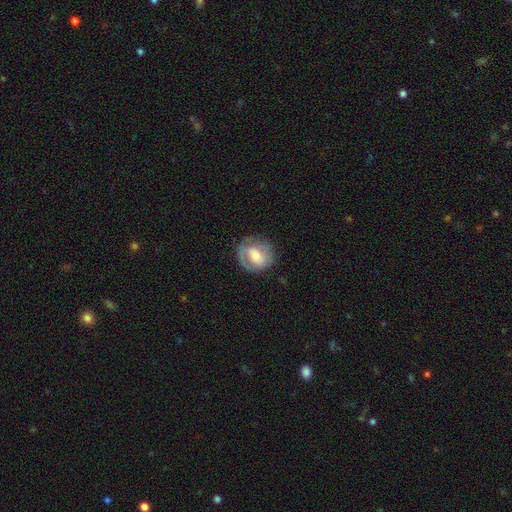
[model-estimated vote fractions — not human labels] Smooth or featured: featured or disk — 57% (smooth — 36%)
Edge-on disk: no — 96% (yes — 4%)
Bar: weak — 42% (no — 37%)
Spiral arms: yes — 71% (no — 29%)
Bulge size: moderate — 55% (small — 31%)
Merging: none — 72% (minor disturbance — 18%)